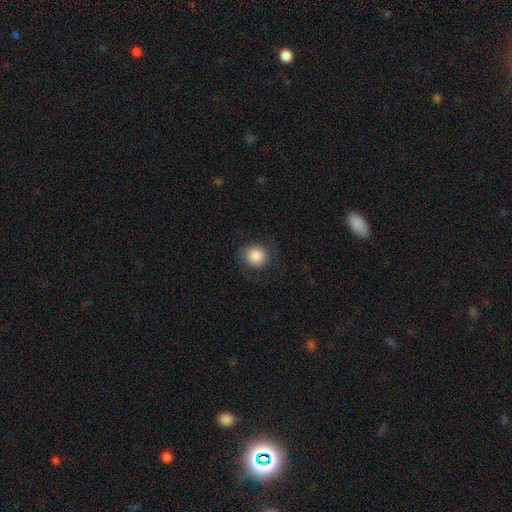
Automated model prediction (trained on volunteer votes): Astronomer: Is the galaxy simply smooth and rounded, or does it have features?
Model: smooth — 86%.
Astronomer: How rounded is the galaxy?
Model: round — 88%.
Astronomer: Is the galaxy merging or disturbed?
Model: none — 82%.